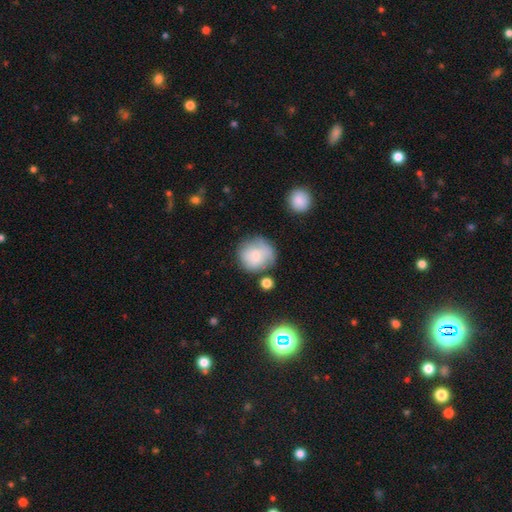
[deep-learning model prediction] The model was most divided on "merging": none: 62%, minor disturbance: 23%, major disturbance: 8%, merger: 7%. More confident: how rounded — round (88%); smooth or featured — smooth (68%).